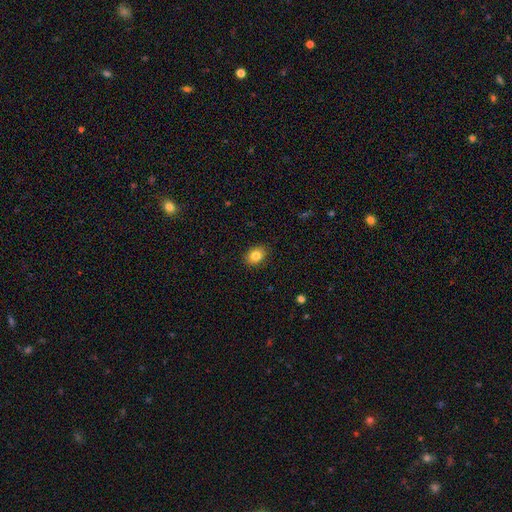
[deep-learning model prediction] smooth_or_featured: smooth (p=0.83) [alt: star or artifact p=0.09]
how_rounded: in between (p=0.69) [alt: round p=0.30]
merging: none (p=0.89) [alt: minor disturbance p=0.08]